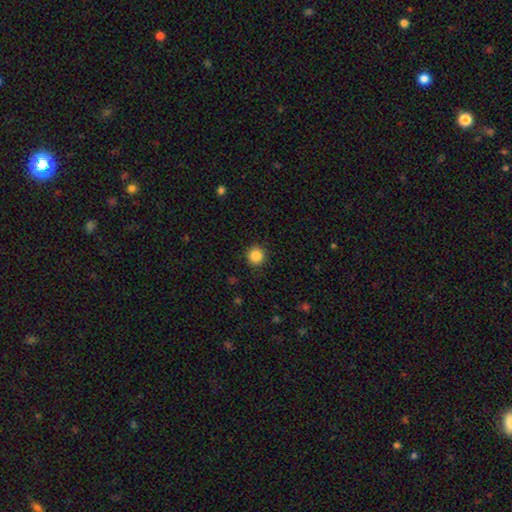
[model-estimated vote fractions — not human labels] The model was most divided on "smooth or featured": smooth: 86%, star or artifact: 10%, featured or disk: 4%. More confident: how rounded — round (93%); merging — none (92%).